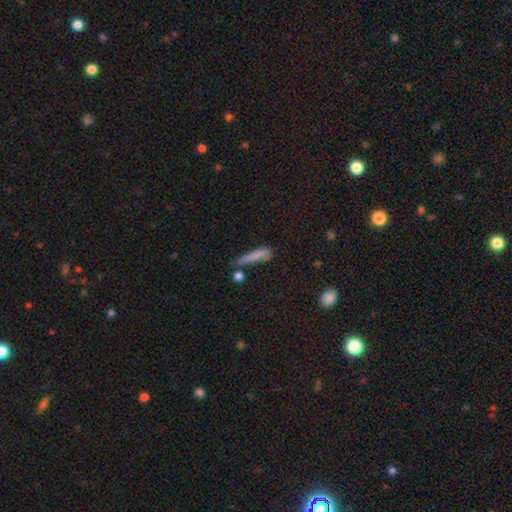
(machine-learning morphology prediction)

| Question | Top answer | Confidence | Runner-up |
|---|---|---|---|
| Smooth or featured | smooth | 75% | featured or disk (15%) |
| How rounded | cigar-shaped | 83% | in between (13%) |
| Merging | none | 52% | minor disturbance (25%) |